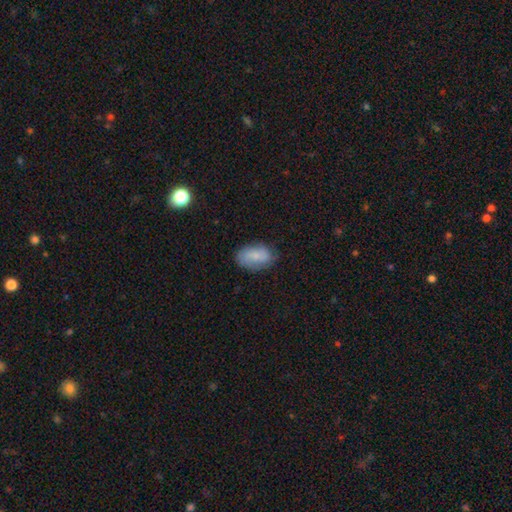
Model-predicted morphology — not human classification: This is likely a smooth galaxy (70%). How rounded: clearly in between (90%). Merging: likely none (73%).